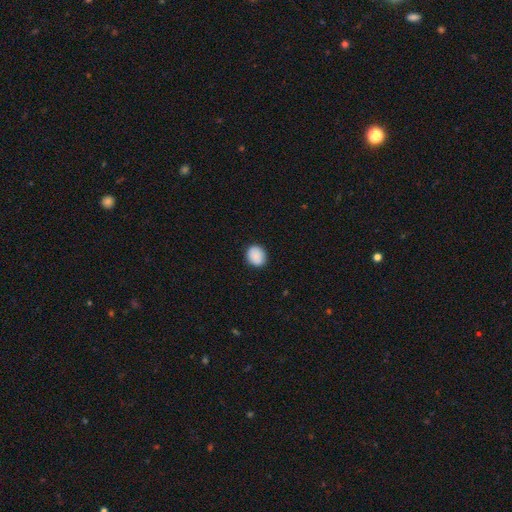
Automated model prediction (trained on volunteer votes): Smooth or featured?
  - smooth: 89% *
  - star or artifact: 7%
  - featured or disk: 3%
How rounded?
  - round: 65% *
  - in between: 34%
  - cigar-shaped: 1%
Merging?
  - none: 87% *
  - minor disturbance: 10%
  - major disturbance: 2%
  - merger: 1%